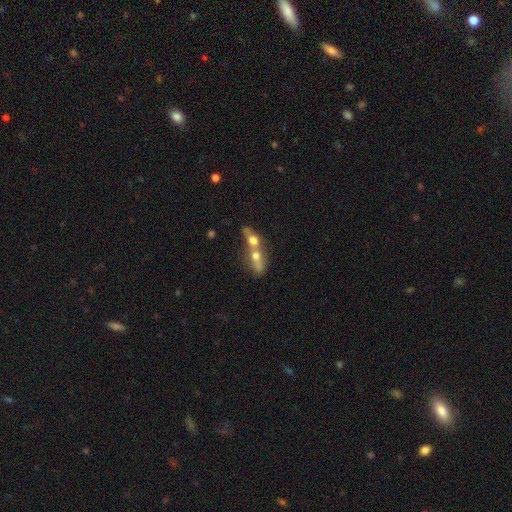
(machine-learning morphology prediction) Smooth or featured? Predicted: smooth (p=0.56). How rounded? Predicted: in between (p=0.50). Merging? Predicted: merger (p=0.76).